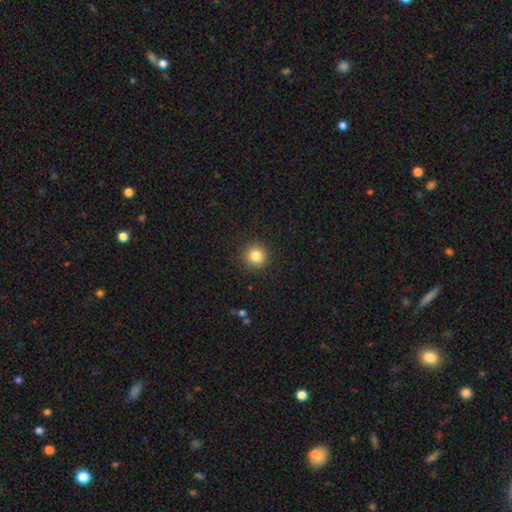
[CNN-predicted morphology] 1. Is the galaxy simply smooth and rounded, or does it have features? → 84% smooth, 11% star or artifact, 5% featured or disk.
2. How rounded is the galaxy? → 93% round, 6% in between, 1% cigar-shaped.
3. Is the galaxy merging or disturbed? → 90% none, 6% minor disturbance, 2% major disturbance, 1% merger.